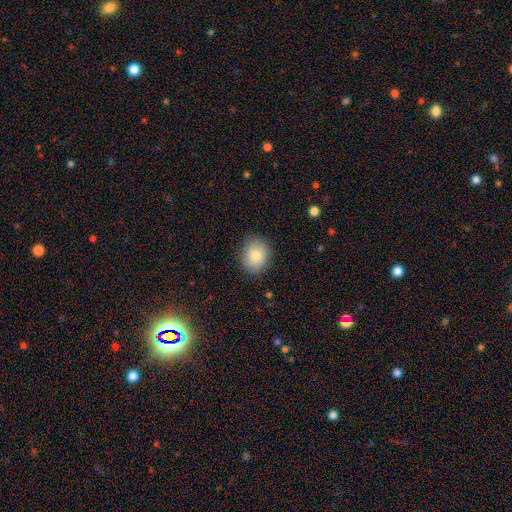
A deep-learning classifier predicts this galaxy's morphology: Overall: smooth (81%). How rounded: round (59%; in between 40%). Merging: none (85%).